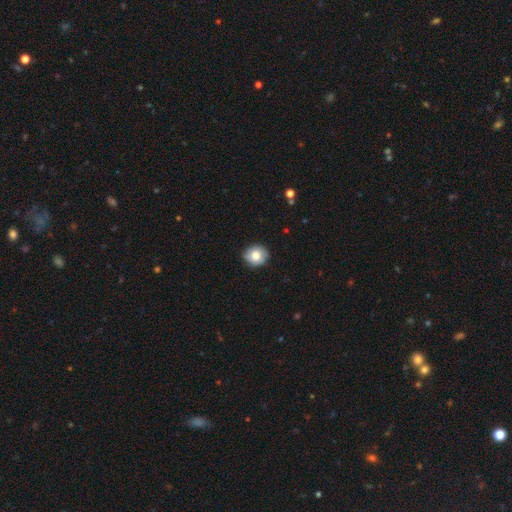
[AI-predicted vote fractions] Overall: smooth (77%). How rounded: round (82%). Merging: none (83%).